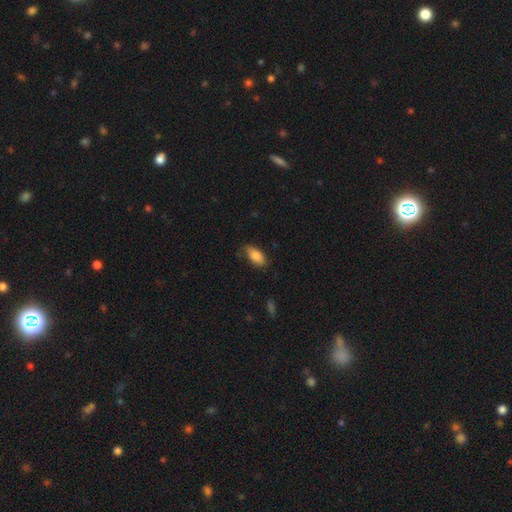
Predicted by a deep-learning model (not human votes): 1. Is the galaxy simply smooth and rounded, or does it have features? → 85% smooth, 8% featured or disk, 7% star or artifact.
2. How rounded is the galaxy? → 89% in between, 9% cigar-shaped, 3% round.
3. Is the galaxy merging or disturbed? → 71% none, 23% minor disturbance, 5% major disturbance, 1% merger.